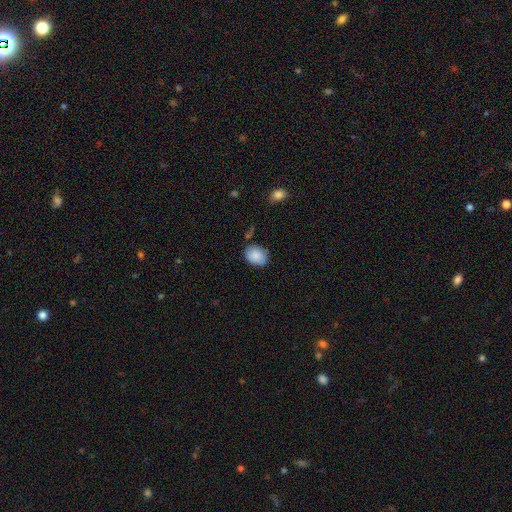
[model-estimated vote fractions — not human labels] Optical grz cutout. It shows a smooth galaxy with no disk features (86%) that is in between round and cigar-shaped (61%). Merging: none (70%).